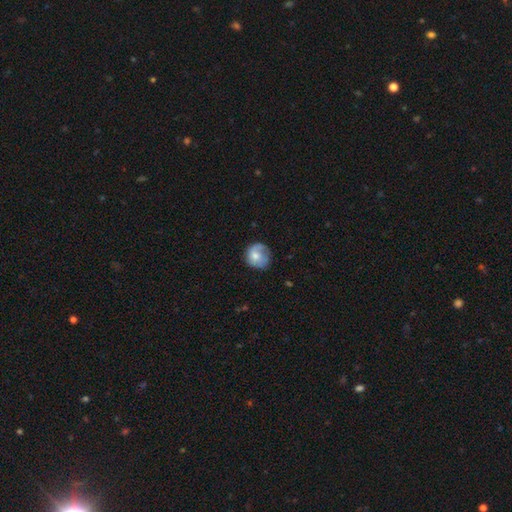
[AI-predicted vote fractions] Smooth or featured: smooth — 55% (featured or disk — 38%)
How rounded: round — 82% (in between — 17%)
Merging: none — 63% (minor disturbance — 24%)